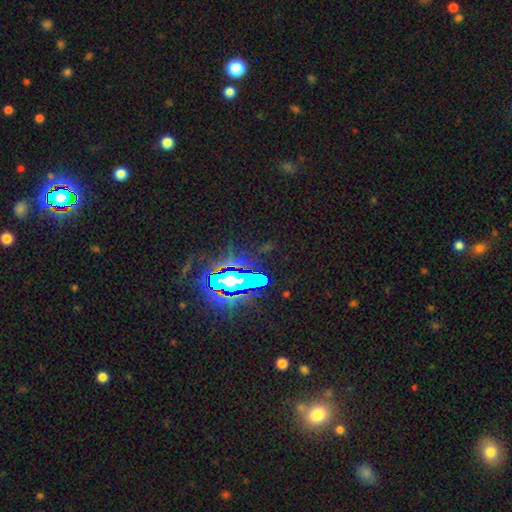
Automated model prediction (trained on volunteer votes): The model was most divided on "smooth or featured": star or artifact: 81%, smooth: 10%, featured or disk: 9%.